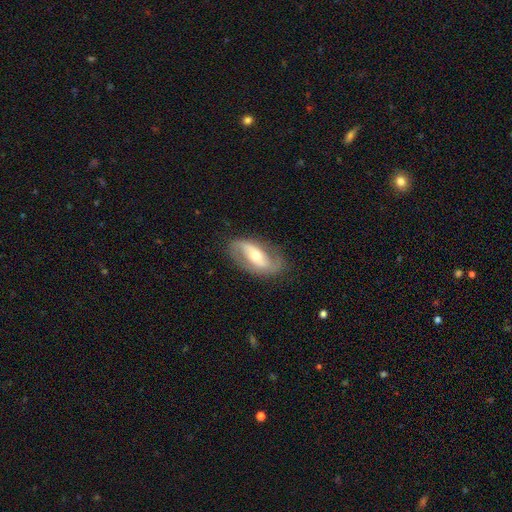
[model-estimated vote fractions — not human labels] smooth_or_featured: featured or disk (p=0.78) [alt: smooth p=0.17]
disk_edge_on: no (p=0.93) [alt: yes p=0.07]
bar: strong (p=0.37) [alt: no p=0.32]
has_spiral_arms: yes (p=0.87) [alt: no p=0.13]
spiral_winding: loose (p=0.46) [alt: medium p=0.37]
spiral_arm_count: 2 (p=0.88) [alt: can't tell p=0.05]
bulge_size: moderate (p=0.60) [alt: small p=0.34]
merging: none (p=0.79) [alt: minor disturbance p=0.14]